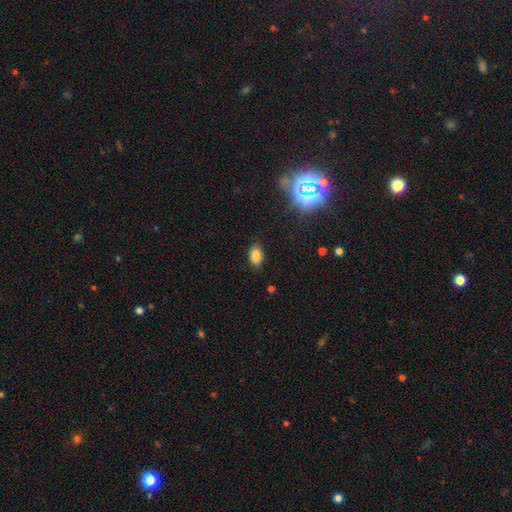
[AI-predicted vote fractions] This appears to be a smooth galaxy with no disk features (81%) that is in between round and cigar-shaped (89%). Merging: none (84%).